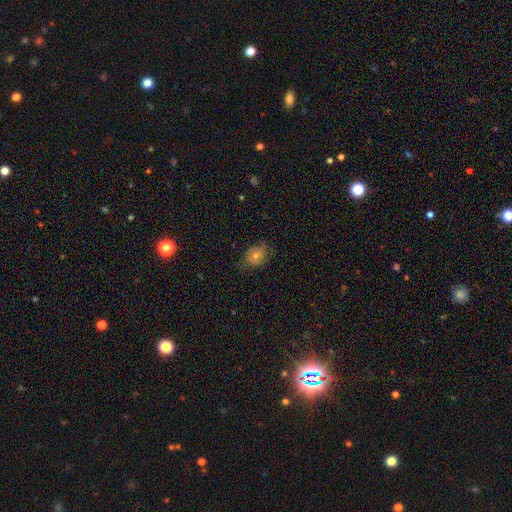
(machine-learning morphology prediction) smooth-or-featured: smooth: 54% | featured or disk: 30% | star or artifact: 16%
  how-rounded: in between: 55% | round: 44% | cigar-shaped: 1%
  merging: none: 70% | minor disturbance: 22% | major disturbance: 7% | merger: 1%